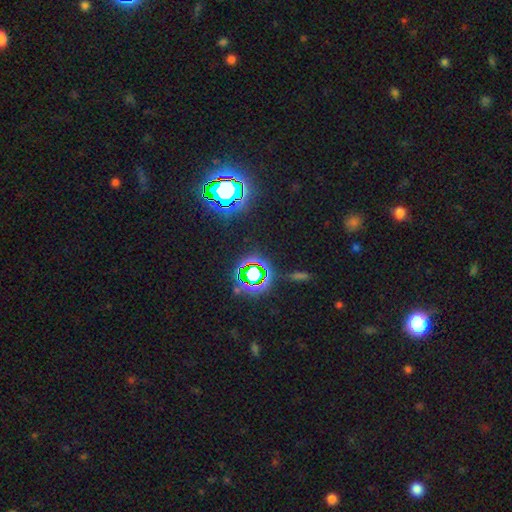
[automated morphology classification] star or artifact 78%, smooth 15%, featured or disk 7%.